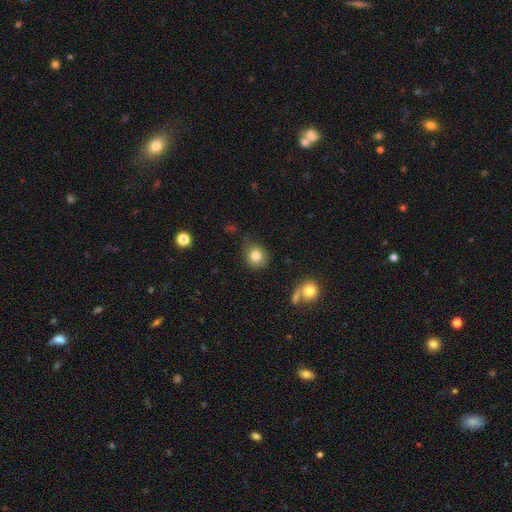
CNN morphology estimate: A smooth galaxy with no disk features (82%) that is round (79%).

Vote fractions:
- Smooth or featured? smooth: 82% / star or artifact: 10% / featured or disk: 8%
- How rounded? round: 79% / in between: 20% / cigar-shaped: 1%
- Merging? none: 71% / minor disturbance: 20% / major disturbance: 6% / merger: 3%